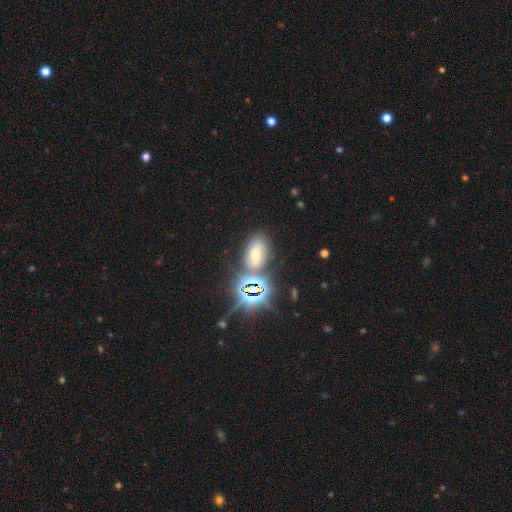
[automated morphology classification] Smooth or featured?
  - star or artifact: 53% *
  - smooth: 31%
  - featured or disk: 16%